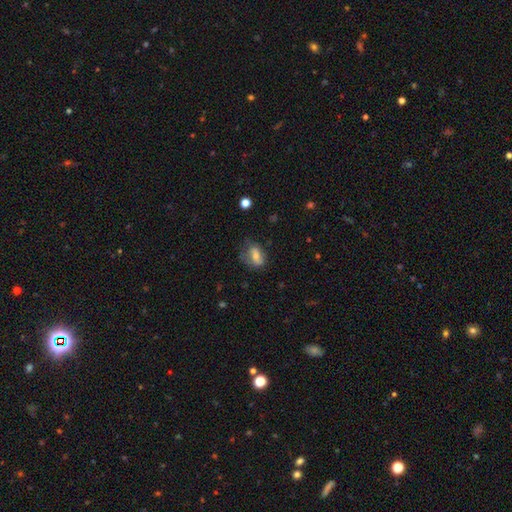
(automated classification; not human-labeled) smooth_or_featured: smooth (p=0.64) [alt: featured or disk p=0.27]
how_rounded: in between (p=0.77) [alt: round p=0.19]
merging: none (p=0.49) [alt: minor disturbance p=0.30]